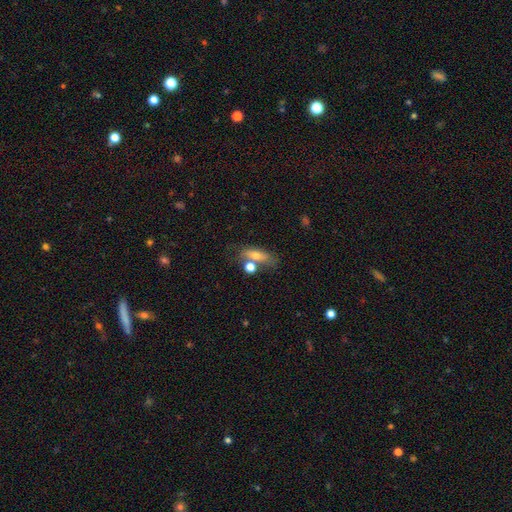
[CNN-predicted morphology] Overall: smooth (60%; featured or disk 28%). How rounded: in between (54%; cigar-shaped 38%). Merging: none (58%).